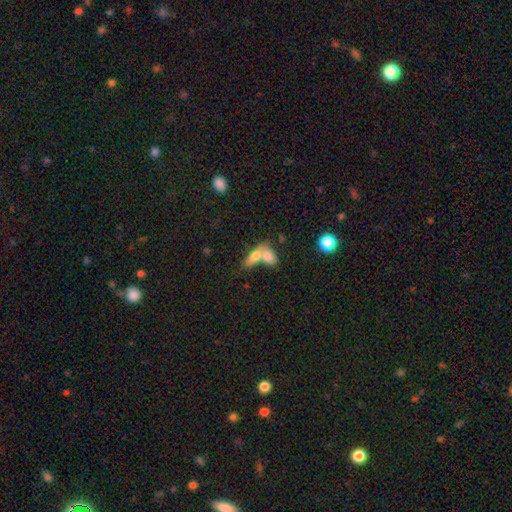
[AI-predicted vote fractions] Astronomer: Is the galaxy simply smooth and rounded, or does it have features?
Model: smooth — 75%.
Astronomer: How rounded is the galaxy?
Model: in between — 77%.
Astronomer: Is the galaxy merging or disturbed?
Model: merger — 63%.